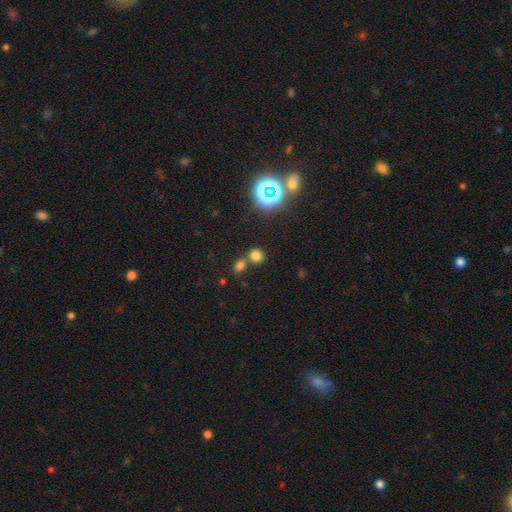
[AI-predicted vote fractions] smooth 68%, star or artifact 25%, featured or disk 7%. Down the decision tree: how rounded — round (81%); merging — none (59%).